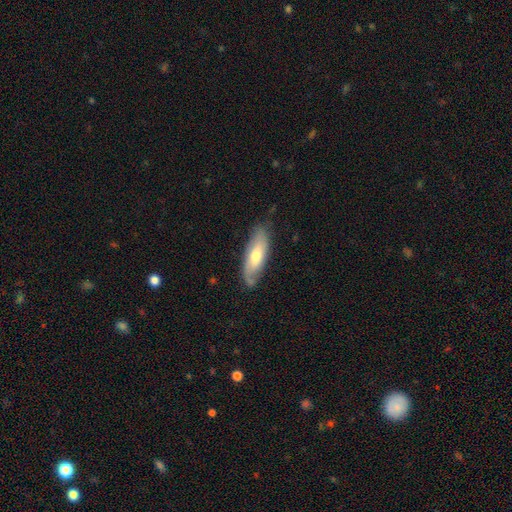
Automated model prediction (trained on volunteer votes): The model was most divided on "smooth or featured": smooth: 51%, featured or disk: 43%, star or artifact: 6%. More confident: merging — none (71%); how rounded — in between (63%).